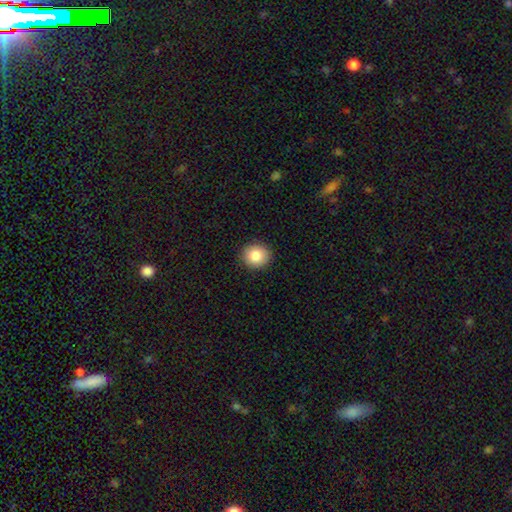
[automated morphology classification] Smooth or featured? Predicted: smooth (p=0.85). How rounded? Predicted: round (p=0.87). Merging? Predicted: none (p=0.91).